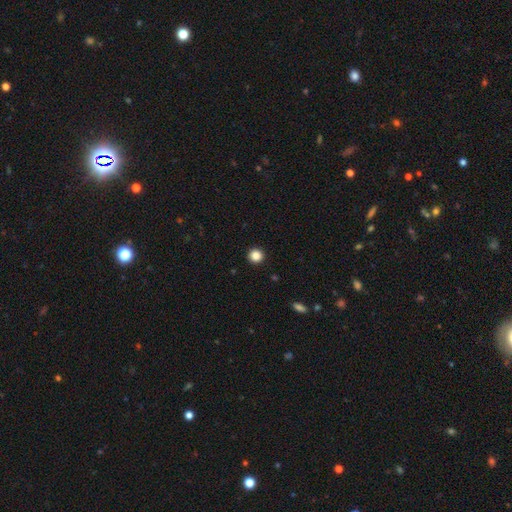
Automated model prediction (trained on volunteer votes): Morphology: type=smooth (86%); roundness=round (96%); merging=none (94%).